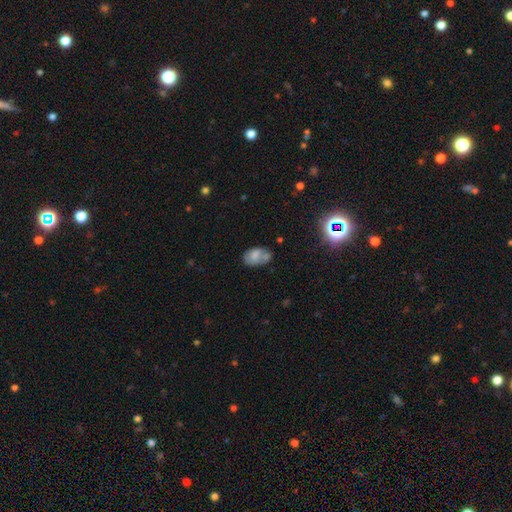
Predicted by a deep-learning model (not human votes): A smooth galaxy with no disk features (67%) that is in between round and cigar-shaped (88%).

Vote fractions:
- Smooth or featured? smooth: 67% / featured or disk: 23% / star or artifact: 10%
- How rounded? in between: 88% / round: 10% / cigar-shaped: 1%
- Merging? none: 45% / minor disturbance: 28% / merger: 18% / major disturbance: 10%